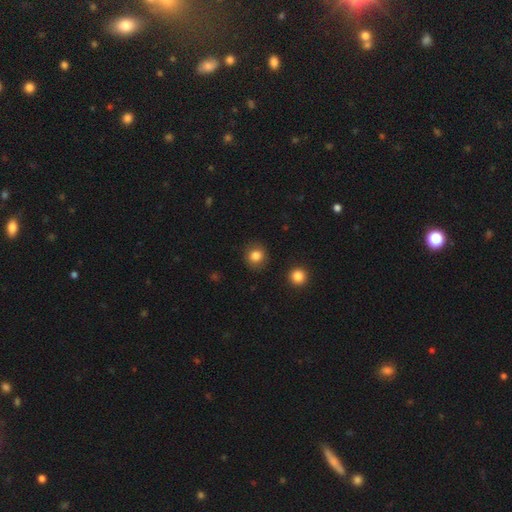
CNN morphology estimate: Smooth or featured: smooth — 83% (star or artifact — 11%)
How rounded: round — 88% (in between — 11%)
Merging: none — 88% (minor disturbance — 7%)